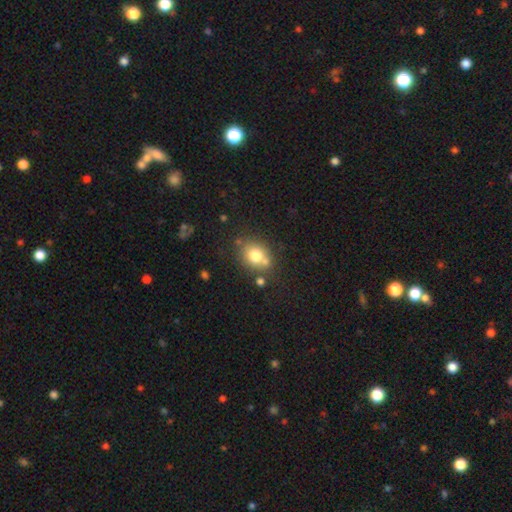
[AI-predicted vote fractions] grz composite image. It shows a smooth galaxy with no disk features (74%) that is round (63%). Merging: none (64%).